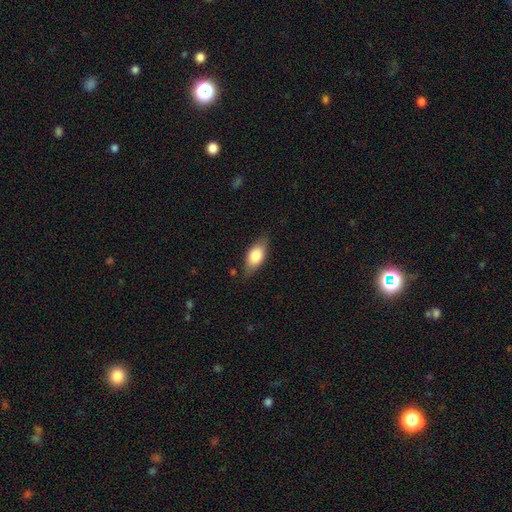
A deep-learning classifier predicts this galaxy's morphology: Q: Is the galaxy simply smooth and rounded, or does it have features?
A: smooth — 74%.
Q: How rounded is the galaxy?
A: in between — 85%.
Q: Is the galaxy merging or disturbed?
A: none — 78%.